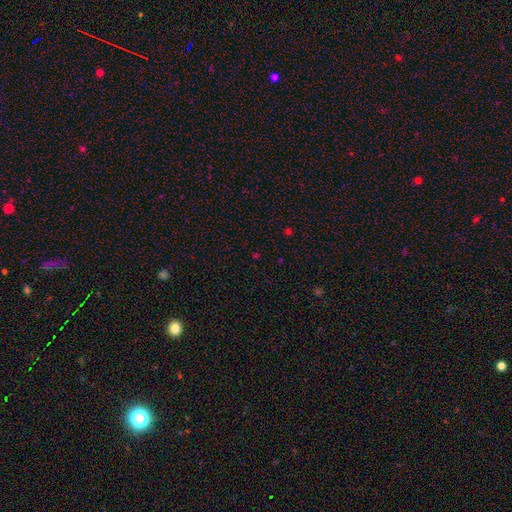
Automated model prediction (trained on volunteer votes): Smooth or featured? star or artifact (60%)